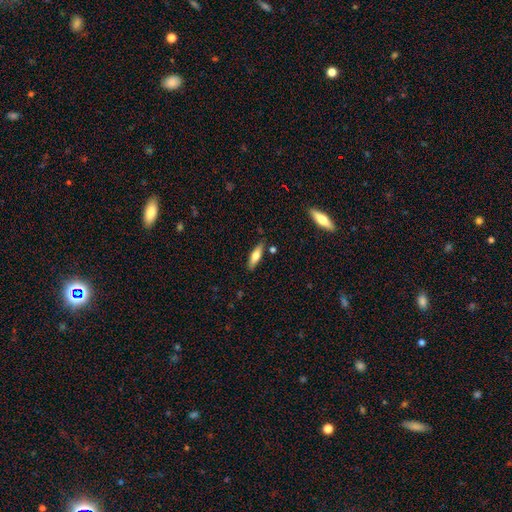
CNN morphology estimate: A smooth galaxy with no disk features (64%) that is cigar-shaped (54%).

Vote fractions:
- Smooth or featured? smooth: 64% / featured or disk: 30% / star or artifact: 6%
- How rounded? cigar-shaped: 54% / in between: 44% / round: 2%
- Merging? none: 82% / minor disturbance: 12% / merger: 3% / major disturbance: 2%